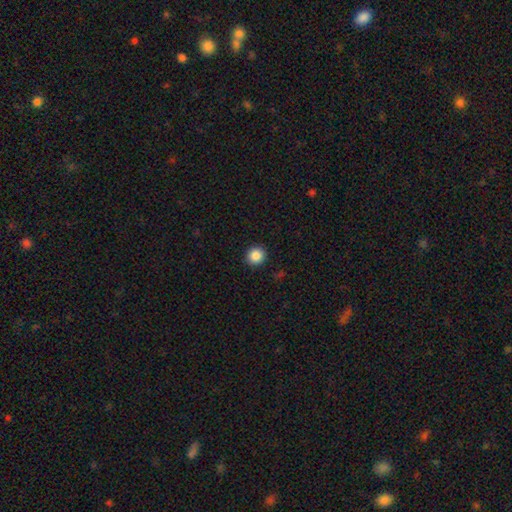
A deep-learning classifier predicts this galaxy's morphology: A smooth galaxy with no disk features (87%) that is round (91%). Merging: none (92%).